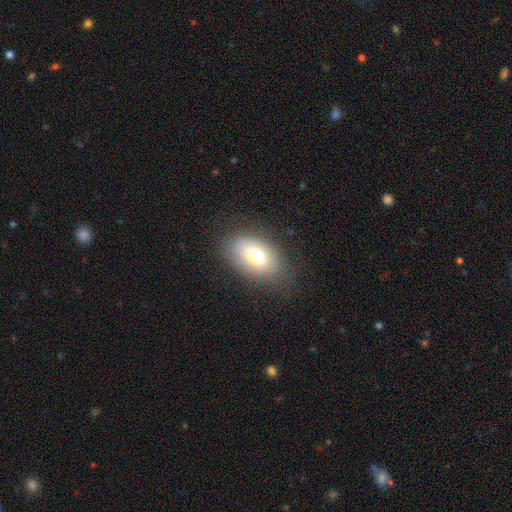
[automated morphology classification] This appears to be a smooth galaxy with no disk features (76%) that is in between round and cigar-shaped (91%). Merging: none (78%).